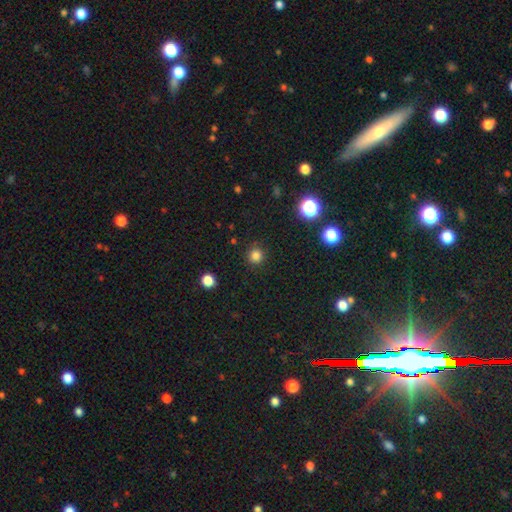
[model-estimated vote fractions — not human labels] This is clearly a smooth galaxy (81%). How rounded: clearly round (94%). Merging: clearly none (89%).